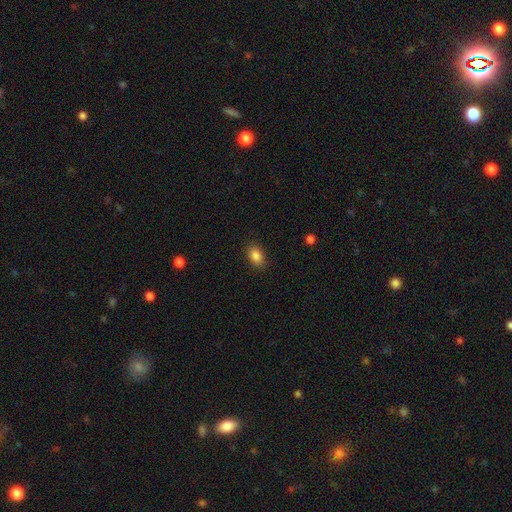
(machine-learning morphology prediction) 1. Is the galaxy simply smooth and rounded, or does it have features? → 86% smooth, 9% star or artifact, 5% featured or disk.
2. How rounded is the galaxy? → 83% in between, 16% round, 1% cigar-shaped.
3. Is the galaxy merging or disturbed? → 88% none, 9% minor disturbance, 2% major disturbance, 1% merger.